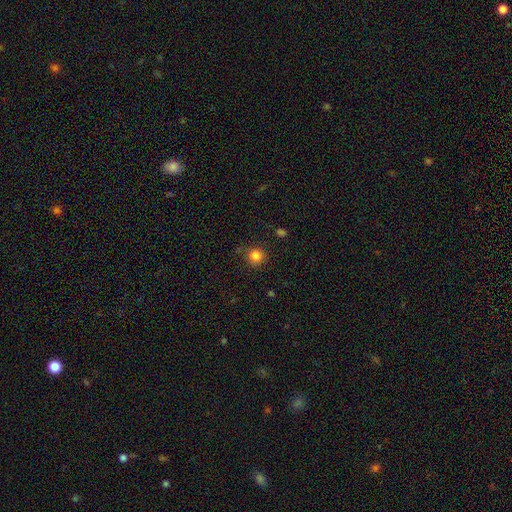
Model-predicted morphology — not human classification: Smooth or featured? Predicted: smooth (p=0.83). How rounded? Predicted: round (p=0.93). Merging? Predicted: none (p=0.85).